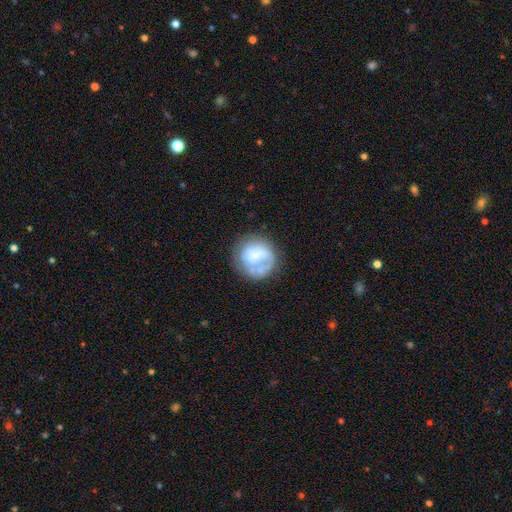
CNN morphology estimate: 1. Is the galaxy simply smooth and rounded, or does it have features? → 52% smooth, 40% featured or disk, 8% star or artifact.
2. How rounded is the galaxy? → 85% round, 14% in between, 1% cigar-shaped.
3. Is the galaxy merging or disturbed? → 52% none, 20% major disturbance, 20% minor disturbance, 8% merger.